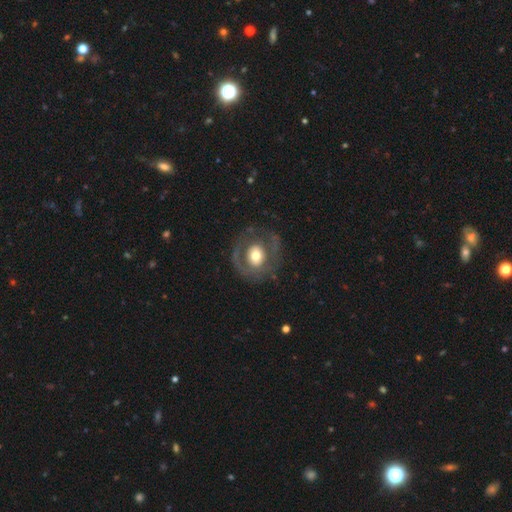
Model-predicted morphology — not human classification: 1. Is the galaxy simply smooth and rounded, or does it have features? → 56% featured or disk, 37% smooth, 7% star or artifact.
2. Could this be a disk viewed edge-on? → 96% no, 4% yes.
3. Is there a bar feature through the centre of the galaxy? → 72% no, 20% weak, 8% strong.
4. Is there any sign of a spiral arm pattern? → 62% no, 38% yes.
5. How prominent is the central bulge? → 59% moderate, 29% large, 8% small, 3% dominant, 1% none.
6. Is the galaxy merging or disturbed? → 68% none, 16% minor disturbance, 14% major disturbance, 1% merger.